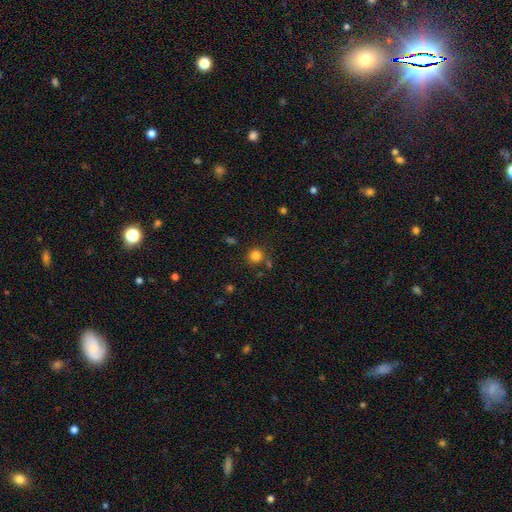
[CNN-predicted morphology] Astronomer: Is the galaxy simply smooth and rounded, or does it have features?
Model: smooth — 82%.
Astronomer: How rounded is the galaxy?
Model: round — 92%.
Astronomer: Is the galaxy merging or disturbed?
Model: none — 79%.